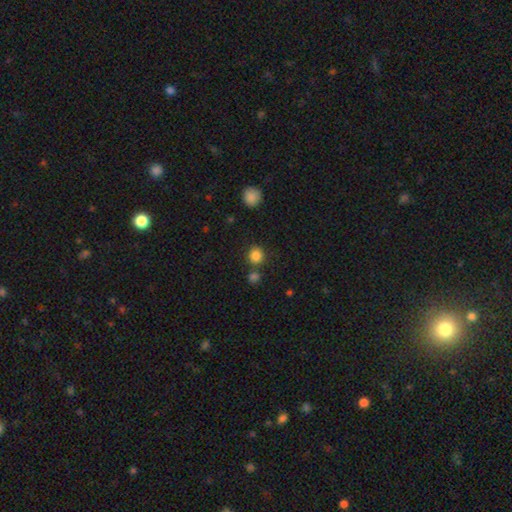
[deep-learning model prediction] The model was most divided on "merging": none: 77%, merger: 12%, minor disturbance: 8%, major disturbance: 3%. More confident: how rounded — round (88%); smooth or featured — smooth (84%).